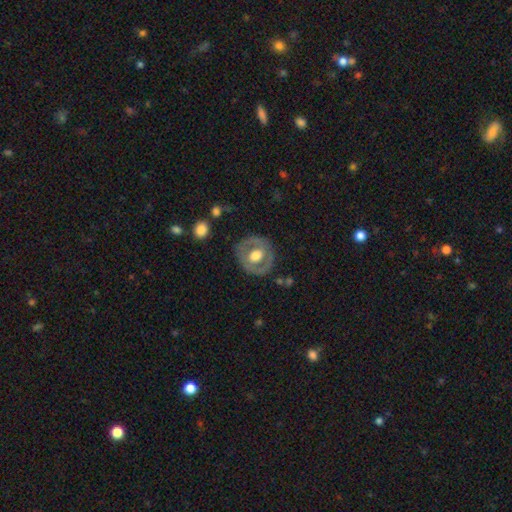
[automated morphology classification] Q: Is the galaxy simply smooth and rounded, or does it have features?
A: featured or disk — 54%.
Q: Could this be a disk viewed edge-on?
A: no — 95%.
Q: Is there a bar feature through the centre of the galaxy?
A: no — 72%.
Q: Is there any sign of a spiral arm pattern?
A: no — 82%.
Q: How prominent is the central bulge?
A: moderate — 49%.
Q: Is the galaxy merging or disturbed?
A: none — 80%.